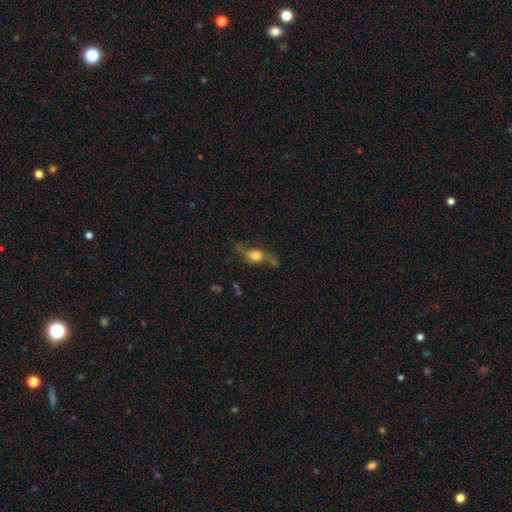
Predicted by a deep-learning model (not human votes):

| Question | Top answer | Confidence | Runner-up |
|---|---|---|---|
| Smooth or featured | smooth | 53% | featured or disk (36%) |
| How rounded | in between | 61% | round (22%) |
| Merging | none | 49% | minor disturbance (25%) |